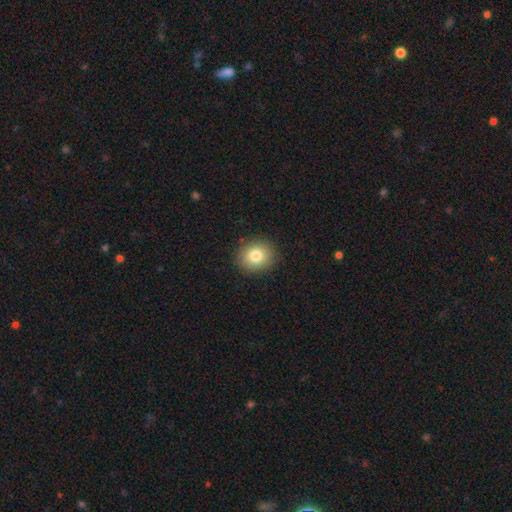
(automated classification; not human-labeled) Smooth or featured? smooth (81%)
How rounded? round (73%)
Merging? none (90%)